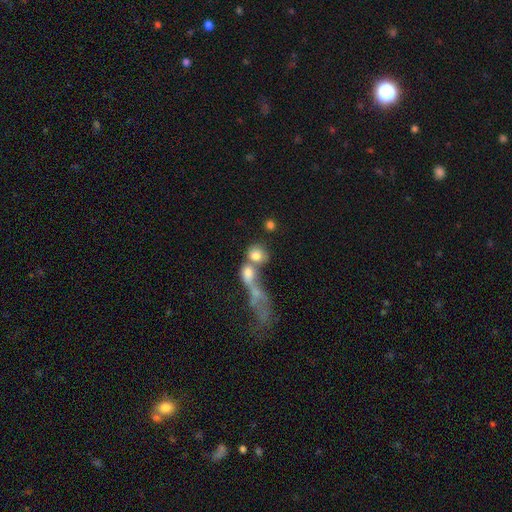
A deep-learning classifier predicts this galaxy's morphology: Smooth or featured? smooth (72%)
How rounded? round (71%)
Merging? merger (56%)